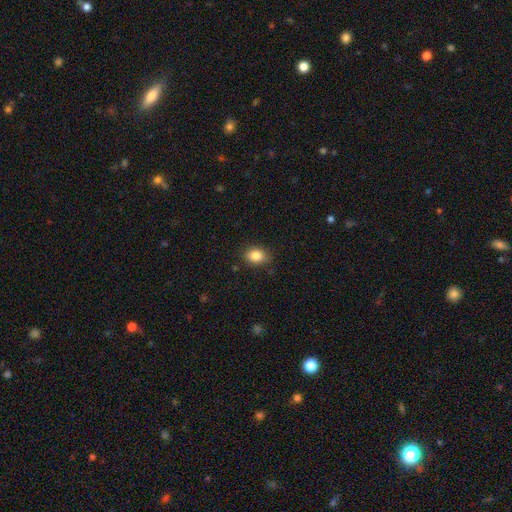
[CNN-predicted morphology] Q: Smooth or featured?
A: smooth (84%); runner-up: star or artifact (9%)
Q: How rounded?
A: in between (64%); runner-up: round (34%)
Q: Merging?
A: none (84%); runner-up: minor disturbance (12%)